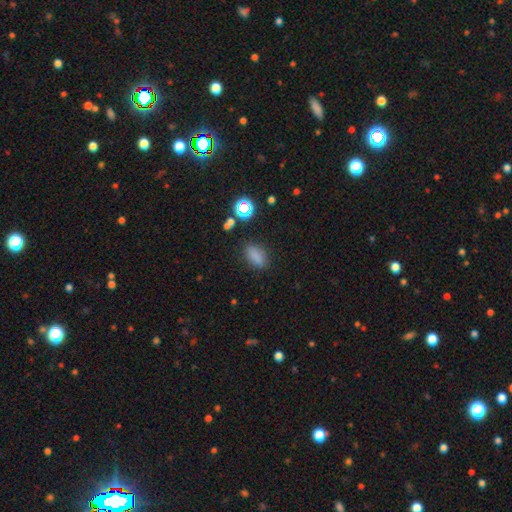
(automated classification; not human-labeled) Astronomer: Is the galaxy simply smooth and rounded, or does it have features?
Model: smooth — 78%.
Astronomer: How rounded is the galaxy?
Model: in between — 80%.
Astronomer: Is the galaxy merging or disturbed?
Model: none — 81%.